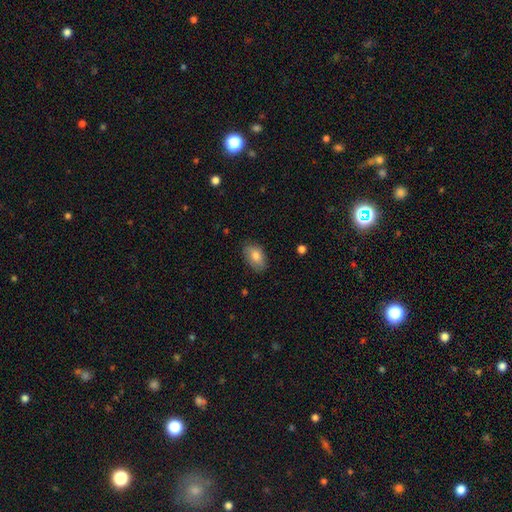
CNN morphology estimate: A smooth galaxy with no disk features (82%) that is in between round and cigar-shaped (90%). Merging: none (80%).